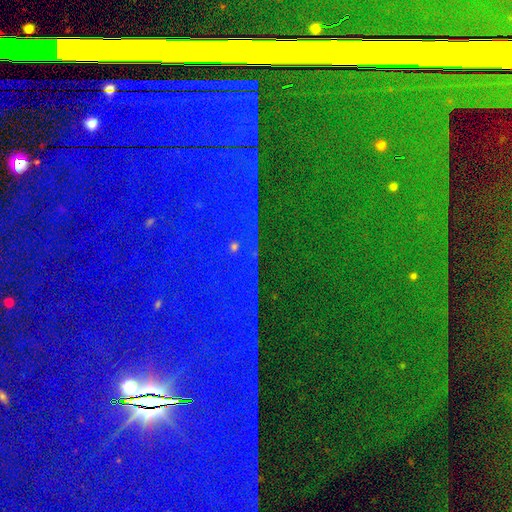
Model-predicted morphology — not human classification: A star or artifact, not a galaxy (88%).